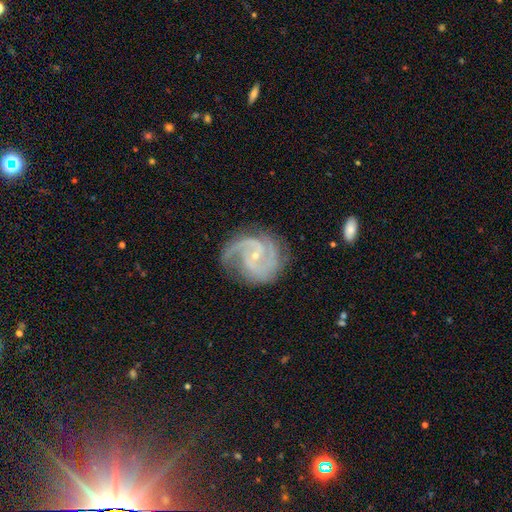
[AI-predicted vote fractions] A featured or disk galaxy (92%) with no bar (53%), 2 (60%) medium (51%) spiral arms (98%) and a small central bulge (80%). Merging: none (71%).